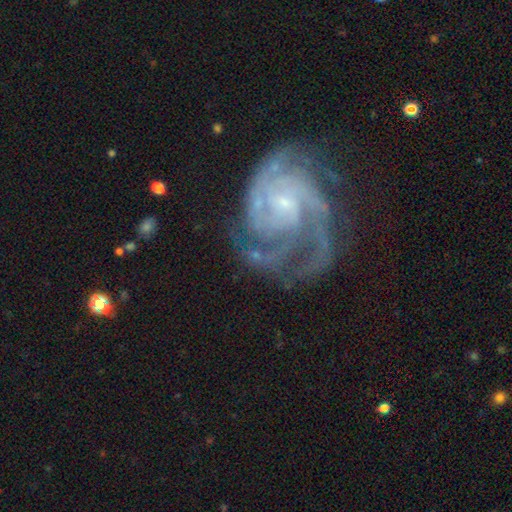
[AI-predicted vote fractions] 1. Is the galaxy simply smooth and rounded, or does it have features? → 89% featured or disk, 6% star or artifact, 5% smooth.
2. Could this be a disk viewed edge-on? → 98% no, 2% yes.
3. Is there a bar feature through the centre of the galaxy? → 50% no, 38% weak, 11% strong.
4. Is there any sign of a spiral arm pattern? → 97% yes, 3% no.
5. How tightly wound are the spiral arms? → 56% tight, 36% medium, 7% loose.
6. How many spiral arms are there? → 31% 3, 21% 2, 17% can't tell, 16% 4, 8% more than 4, 8% 1.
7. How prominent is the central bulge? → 75% small, 16% moderate, 7% none, 1% large, 1% dominant.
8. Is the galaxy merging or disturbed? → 58% none, 20% minor disturbance, 18% major disturbance, 4% merger.